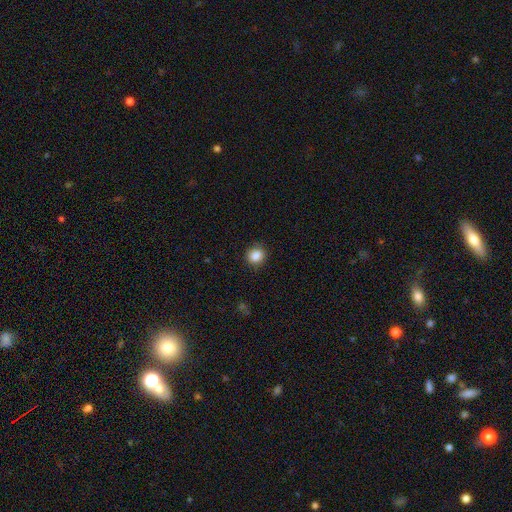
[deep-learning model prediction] The model was most divided on "how rounded": round: 81%, in between: 18%, cigar-shaped: 1%. More confident: smooth or featured — smooth (87%); merging — none (86%).